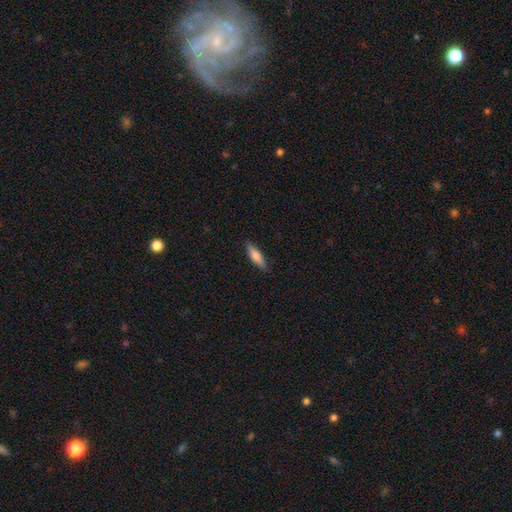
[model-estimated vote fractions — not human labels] Morphology: type=smooth (75%); roundness=cigar-shaped (63%); merging=none (88%).